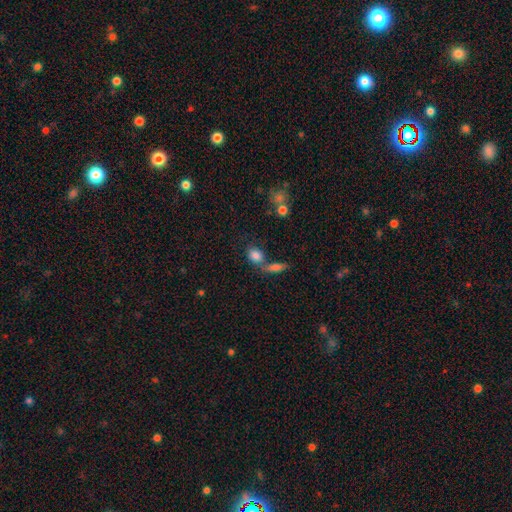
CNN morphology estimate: A smooth galaxy with no disk features (82%) that is in between round and cigar-shaped (61%). Merging: none (45%).